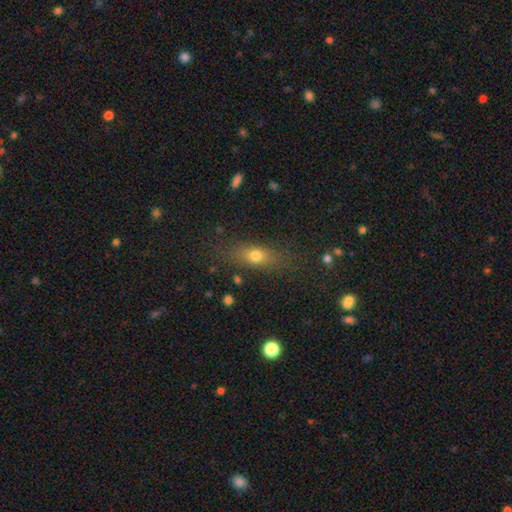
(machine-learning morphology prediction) smooth 67%, featured or disk 19%, star or artifact 14%. Down the decision tree: how rounded — in between (57%); merging — none (77%).